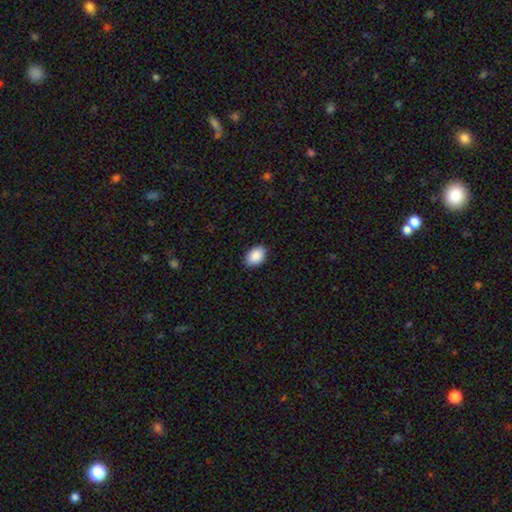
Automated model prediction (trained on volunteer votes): Overall: smooth (90%). How rounded: in between (89%). Merging: none (88%).